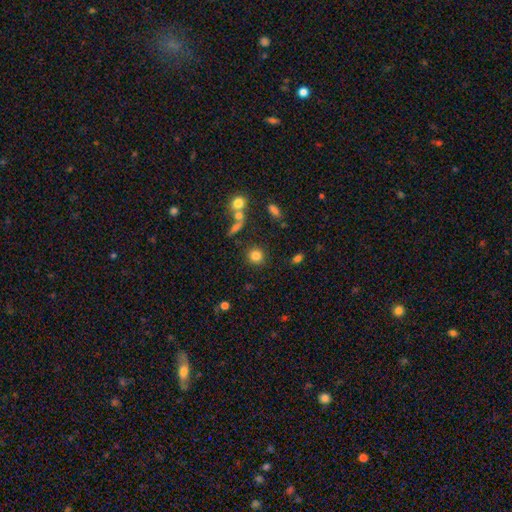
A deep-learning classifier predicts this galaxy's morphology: Smooth or featured?
  - smooth: 81% *
  - star or artifact: 12%
  - featured or disk: 7%
How rounded?
  - round: 88% *
  - in between: 10%
  - cigar-shaped: 1%
Merging?
  - none: 82% *
  - minor disturbance: 8%
  - merger: 6%
  - major disturbance: 4%